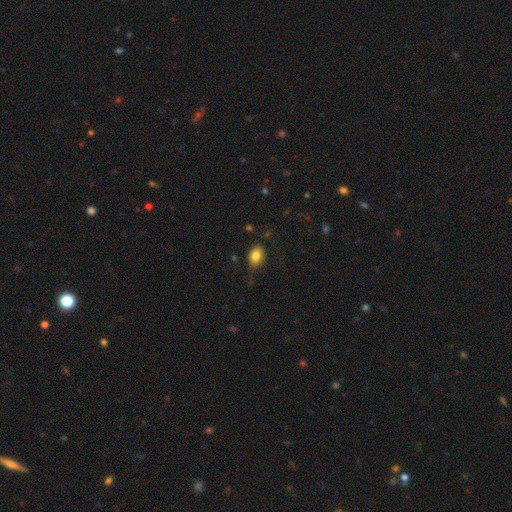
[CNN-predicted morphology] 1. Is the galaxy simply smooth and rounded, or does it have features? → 83% smooth, 9% star or artifact, 8% featured or disk.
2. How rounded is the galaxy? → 70% in between, 28% round, 1% cigar-shaped.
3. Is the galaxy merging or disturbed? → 68% none, 25% minor disturbance, 6% major disturbance, 2% merger.